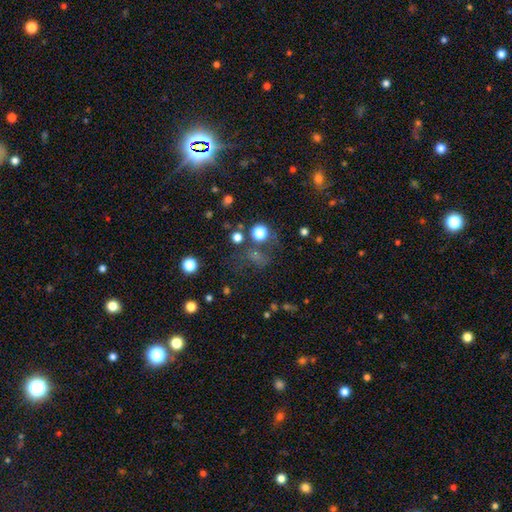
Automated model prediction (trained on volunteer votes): This is possibly a star or artifact rather than a galaxy (51%).